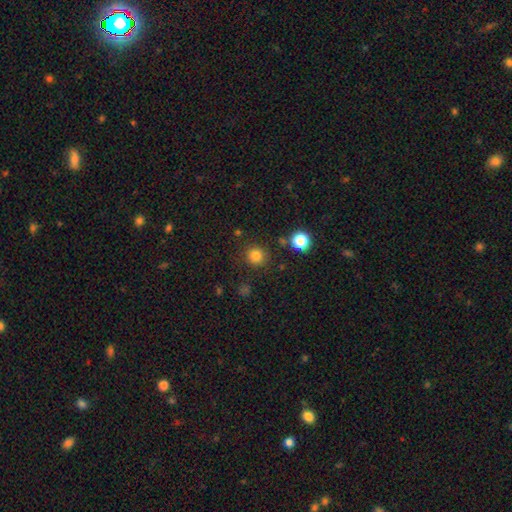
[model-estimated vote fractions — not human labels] Overall: smooth (81%). How rounded: round (93%). Merging: none (87%).